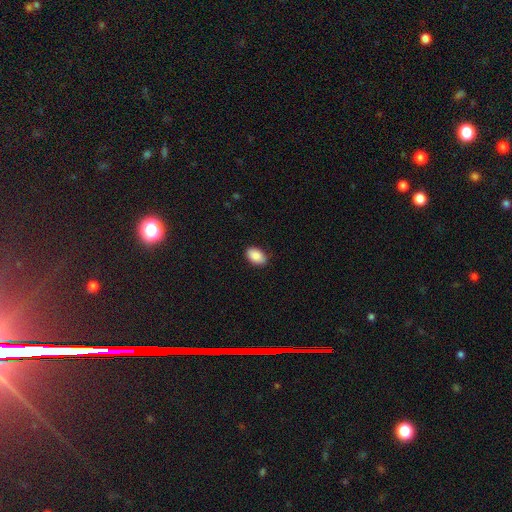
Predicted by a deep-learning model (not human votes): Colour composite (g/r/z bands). It shows a smooth galaxy with no disk features (89%) that is in between round and cigar-shaped (90%). Merging: none (86%).